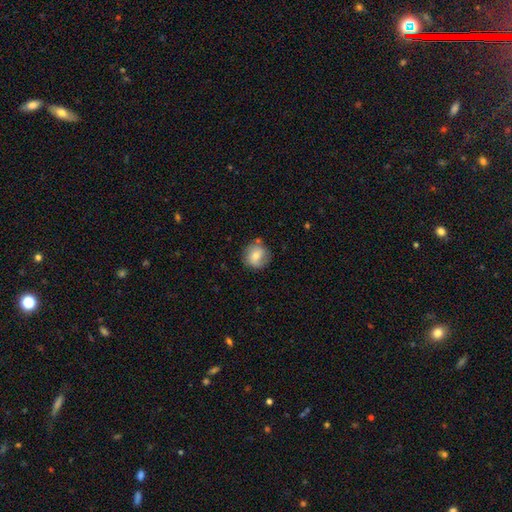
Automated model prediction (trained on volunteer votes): smooth-or-featured: smooth: 68% | featured or disk: 24% | star or artifact: 8%
  how-rounded: round: 87% | in between: 12% | cigar-shaped: 1%
  merging: none: 73% | minor disturbance: 18% | major disturbance: 5% | merger: 4%